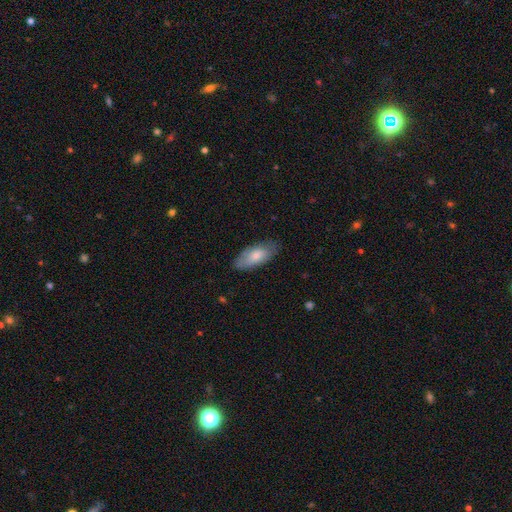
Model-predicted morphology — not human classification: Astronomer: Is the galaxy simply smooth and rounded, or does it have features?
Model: smooth — 76%.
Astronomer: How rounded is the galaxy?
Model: in between — 87%.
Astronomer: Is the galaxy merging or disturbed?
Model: none — 75%.